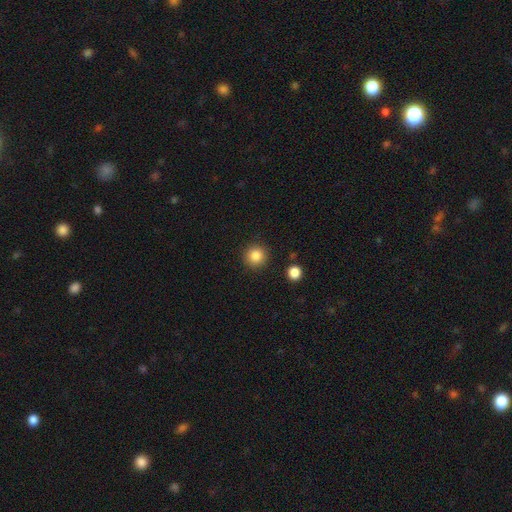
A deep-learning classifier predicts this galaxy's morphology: Smooth or featured? Predicted: smooth (p=0.85). How rounded? Predicted: round (p=0.94). Merging? Predicted: none (p=0.90).